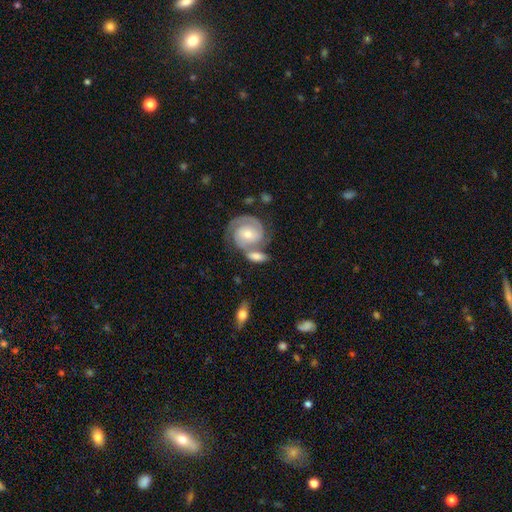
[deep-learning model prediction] The model was most divided on "bulge size": moderate: 48%, small: 44%, large: 5%, none: 2%, dominant: 1%. Remaining: edge-on disk — no (95%); spiral arms — yes (94%); spiral arm count — 2 (76%); smooth or featured — featured or disk (73%); bar — no (63%); spiral winding — tight (62%); merging — none (45%).